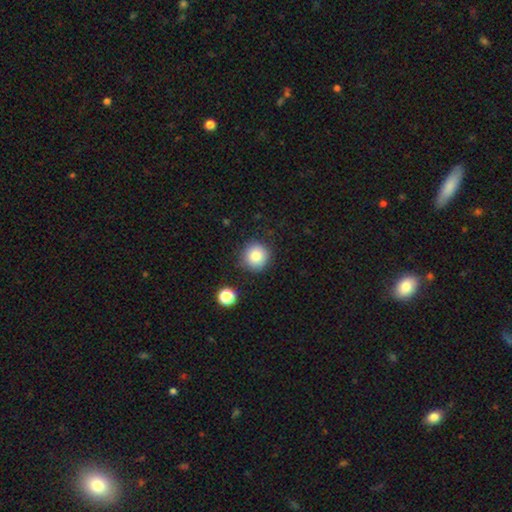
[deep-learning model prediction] smooth-or-featured: smooth: 83% | star or artifact: 10% | featured or disk: 7%
  how-rounded: round: 93% | in between: 6% | cigar-shaped: 1%
  merging: none: 85% | minor disturbance: 9% | merger: 3% | major disturbance: 3%